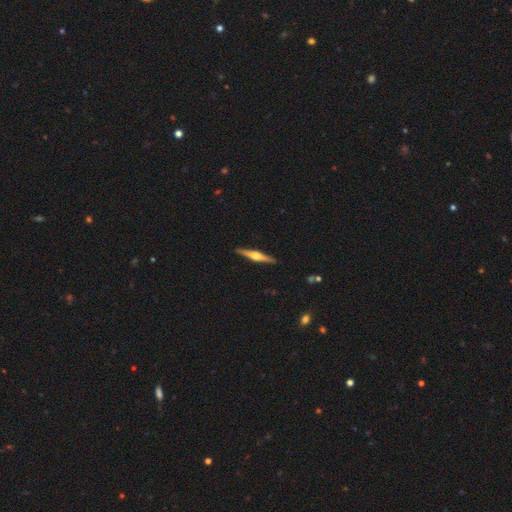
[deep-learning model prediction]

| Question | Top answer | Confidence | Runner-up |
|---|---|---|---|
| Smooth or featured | featured or disk | 75% | smooth (20%) |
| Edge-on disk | yes | 98% | no (2%) |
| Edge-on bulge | rounded | 93% | boxy (5%) |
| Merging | none | 91% | minor disturbance (6%) |